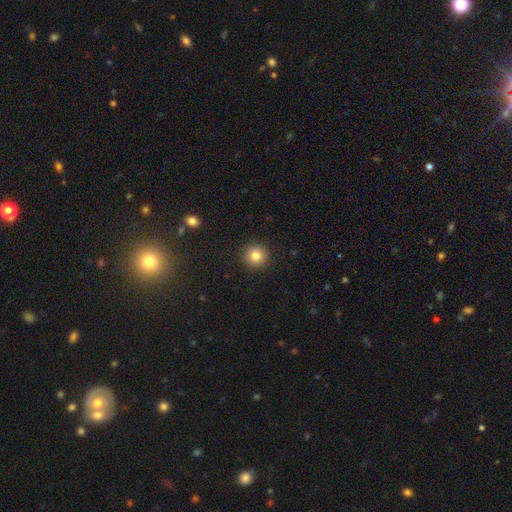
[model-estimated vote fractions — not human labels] A smooth galaxy with no disk features (83%) that is round (94%). Merging: none (92%).